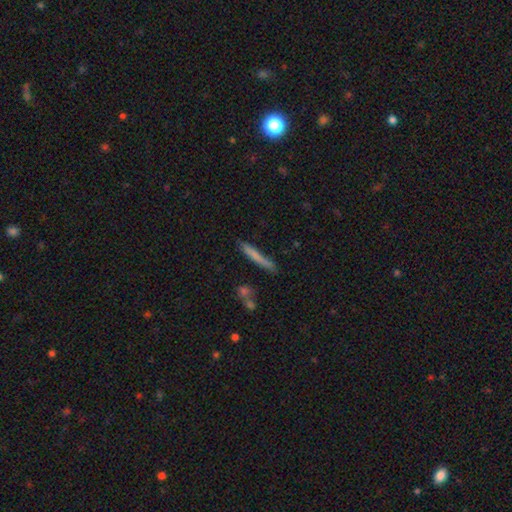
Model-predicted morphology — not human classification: A smooth galaxy with no disk features (71%) that is cigar-shaped (95%).

Vote fractions:
- Smooth or featured? smooth: 71% / featured or disk: 23% / star or artifact: 6%
- How rounded? cigar-shaped: 95% / in between: 3% / round: 1%
- Merging? none: 80% / minor disturbance: 14% / merger: 4% / major disturbance: 3%